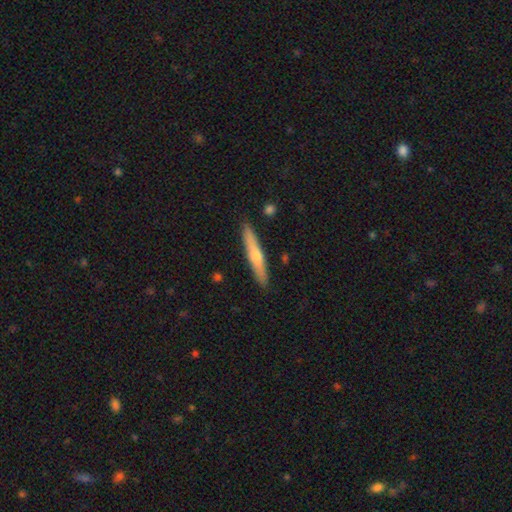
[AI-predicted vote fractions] Morphology: type=featured or disk (49%); merging=none (90%).